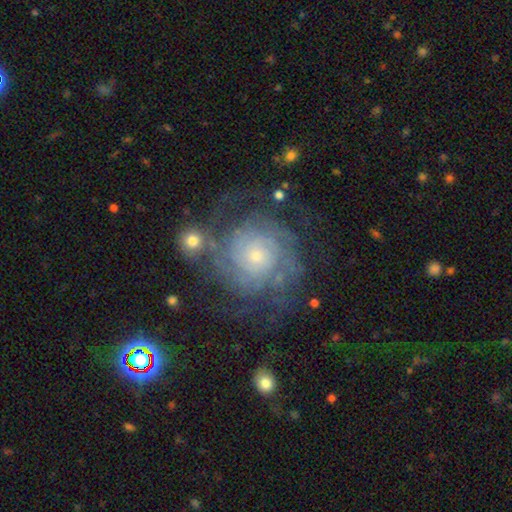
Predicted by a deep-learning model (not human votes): A featured or disk galaxy (81%) with no bar (81%), tight (73%) spiral arms (94%) and a small central bulge (67%). Merging: none (64%).